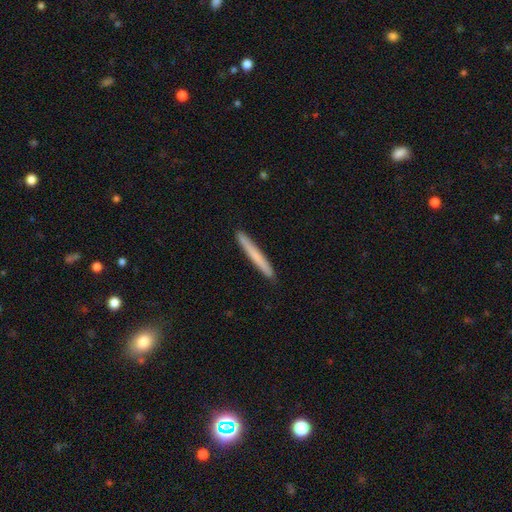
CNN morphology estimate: smooth 67%, featured or disk 28%, star or artifact 6%. Down the decision tree: how rounded — cigar-shaped (97%); merging — none (92%).